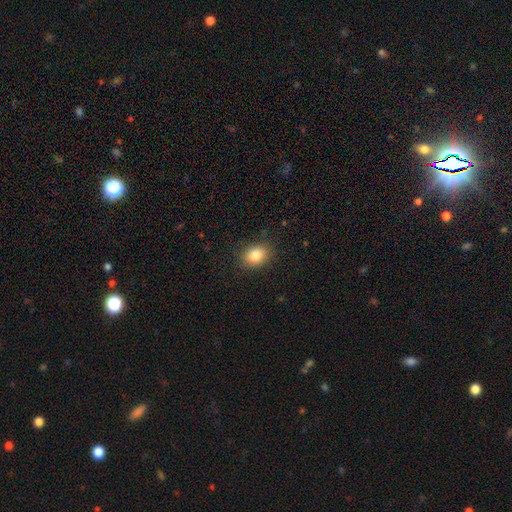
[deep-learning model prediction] Smooth or featured: smooth — 84% (star or artifact — 9%)
How rounded: in between — 67% (round — 32%)
Merging: none — 86% (minor disturbance — 10%)